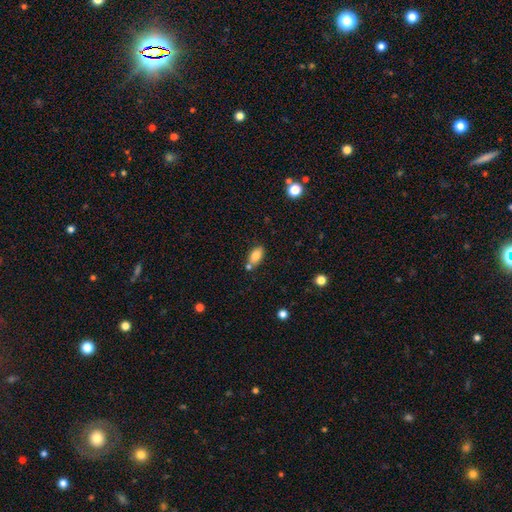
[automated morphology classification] This appears to be a smooth galaxy with no disk features (83%) that is in between round and cigar-shaped (91%). Merging: none (63%).